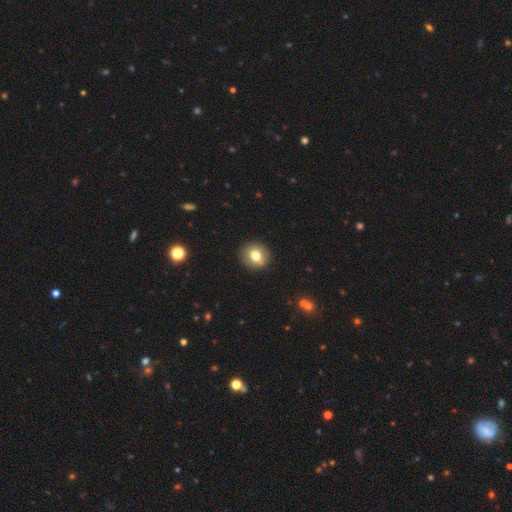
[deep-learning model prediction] This appears to be a smooth galaxy with no disk features (76%) that is round (76%). Merging: none (88%).